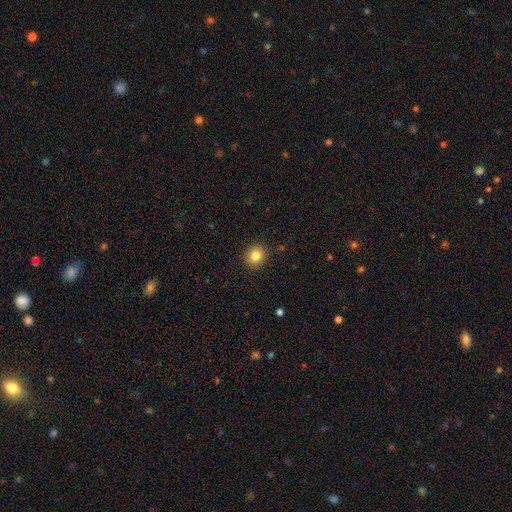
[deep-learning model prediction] smooth 83%, star or artifact 11%, featured or disk 6%. Down the decision tree: how rounded — round (80%); merging — none (90%).